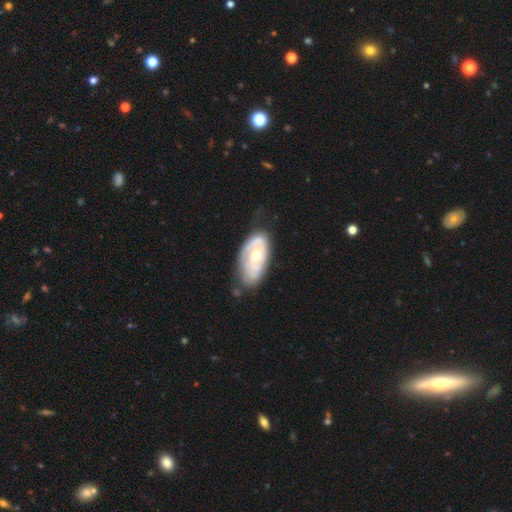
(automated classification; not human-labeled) This is likely a featured or disk galaxy (69%). It is clearly not viewed edge-on (93%). Bar: likely no (75%). Spiral arm pattern: likely yes (73%). Central bulge: likely moderate (62%). Merging: possibly none (57%).